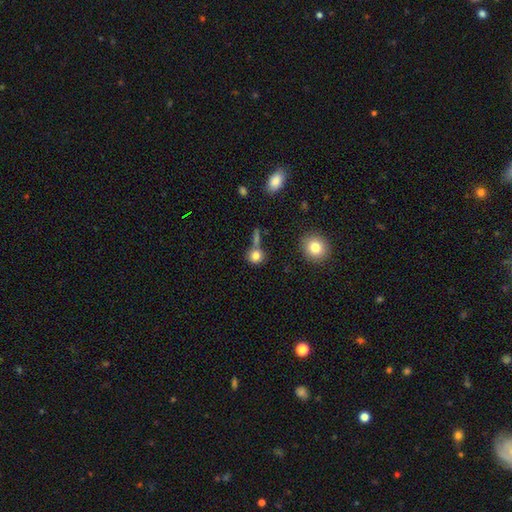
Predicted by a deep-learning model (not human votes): A smooth galaxy with no disk features (81%) that is round (86%).

Vote fractions:
- Smooth or featured? smooth: 81% / star or artifact: 11% / featured or disk: 8%
- How rounded? round: 86% / in between: 12% / cigar-shaped: 2%
- Merging? none: 61% / merger: 22% / minor disturbance: 11% / major disturbance: 5%